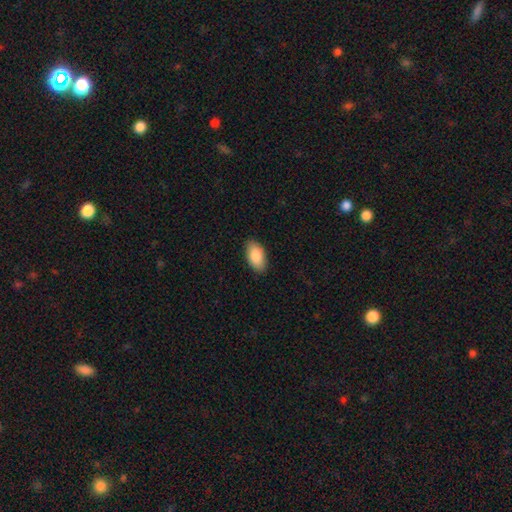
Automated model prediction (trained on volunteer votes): Smooth or featured? Predicted: smooth (p=0.88). How rounded? Predicted: in between (p=0.94). Merging? Predicted: none (p=0.88).